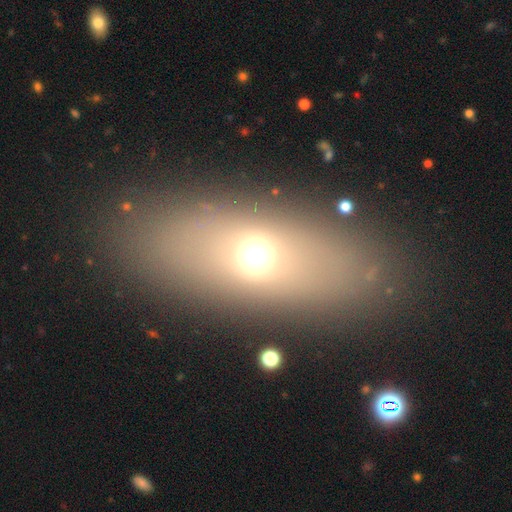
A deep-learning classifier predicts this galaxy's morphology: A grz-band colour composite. It shows a smooth galaxy with no disk features (57%) that is in between round and cigar-shaped (72%). Merging: none (85%).